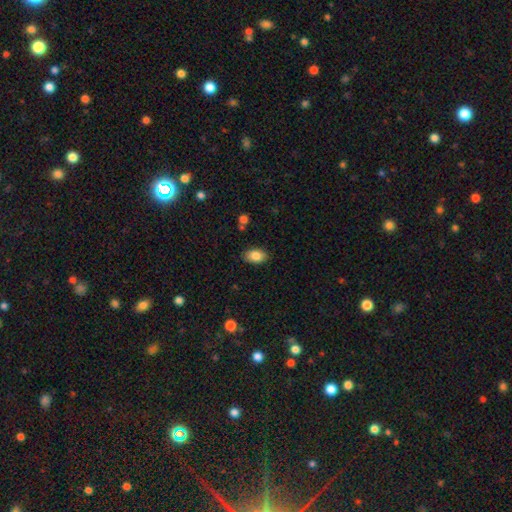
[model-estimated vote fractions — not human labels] Smooth or featured? Predicted: smooth (p=0.85). How rounded? Predicted: in between (p=0.89). Merging? Predicted: none (p=0.86).